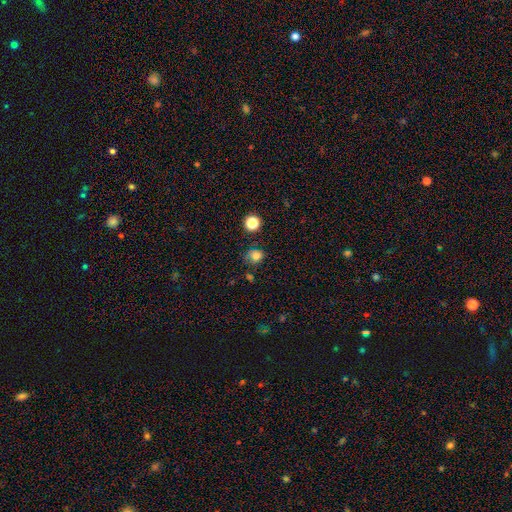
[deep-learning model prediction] This appears to be a smooth galaxy with no disk features (77%) that is round (73%). Merging: none (65%).